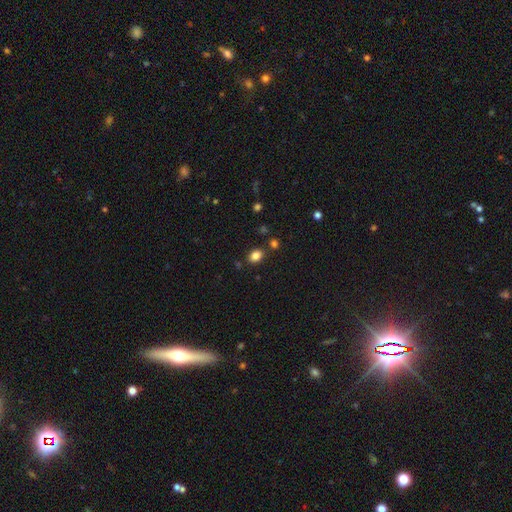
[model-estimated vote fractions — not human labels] smooth_or_featured: smooth (p=0.84) [alt: star or artifact p=0.12]
how_rounded: in between (p=0.71) [alt: round p=0.28]
merging: none (p=0.81) [alt: minor disturbance p=0.10]